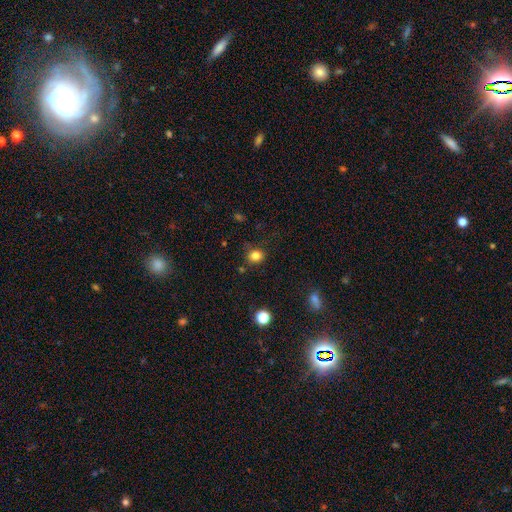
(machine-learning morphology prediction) Smooth or featured? Predicted: smooth (p=0.82). How rounded? Predicted: round (p=0.75). Merging? Predicted: none (p=0.79).